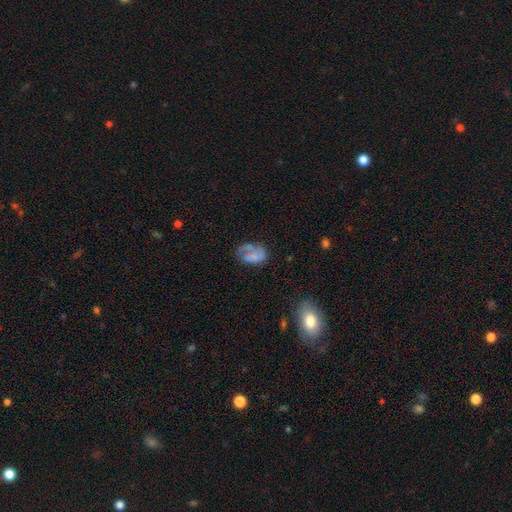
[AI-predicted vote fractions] Overall: smooth (50%; featured or disk 39%). Merging: none (40%; minor disturbance 27%).